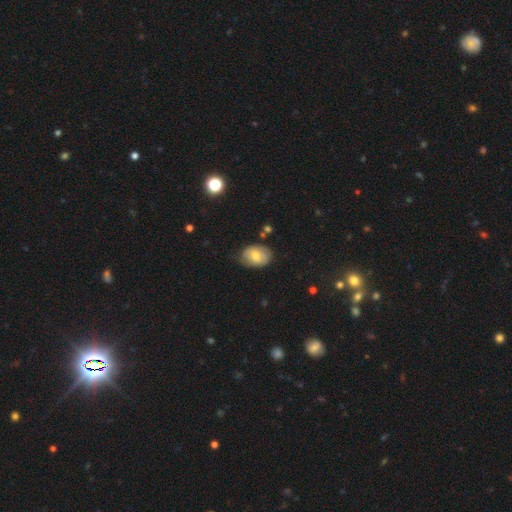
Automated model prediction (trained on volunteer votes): Smooth or featured? Predicted: smooth (p=0.65). How rounded? Predicted: in between (p=0.75). Merging? Predicted: none (p=0.66).